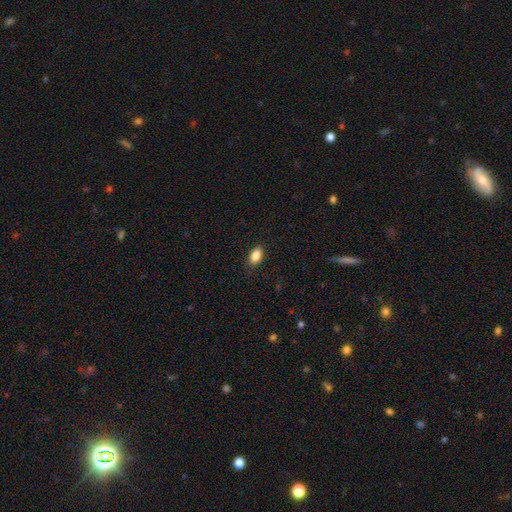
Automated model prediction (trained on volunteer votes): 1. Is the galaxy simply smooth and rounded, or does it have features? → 87% smooth, 8% star or artifact, 5% featured or disk.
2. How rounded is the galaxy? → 90% in between, 8% round, 3% cigar-shaped.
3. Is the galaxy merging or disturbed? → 88% none, 9% minor disturbance, 2% major disturbance, 1% merger.